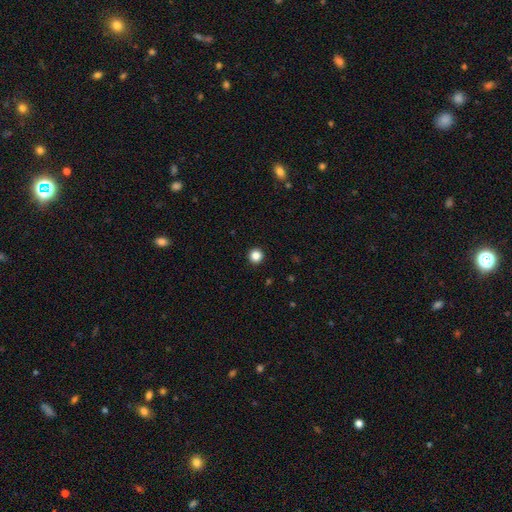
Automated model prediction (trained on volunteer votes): Smooth or featured? smooth (85%)
How rounded? round (96%)
Merging? none (94%)